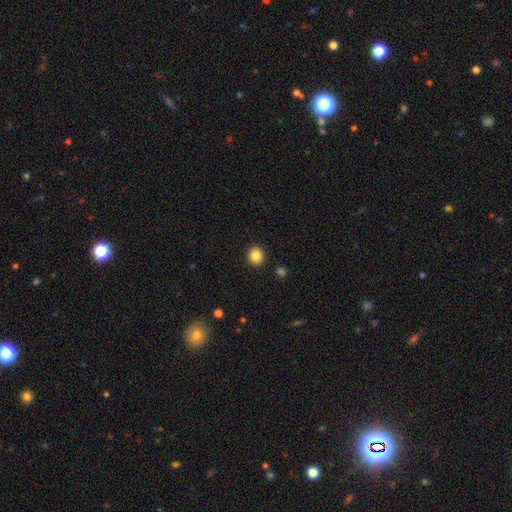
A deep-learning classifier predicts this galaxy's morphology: A smooth galaxy with no disk features (86%) that is round (80%).

Vote fractions:
- Smooth or featured? smooth: 86% / star or artifact: 10% / featured or disk: 4%
- How rounded? round: 80% / in between: 19% / cigar-shaped: 1%
- Merging? none: 91% / minor disturbance: 5% / major disturbance: 2% / merger: 2%